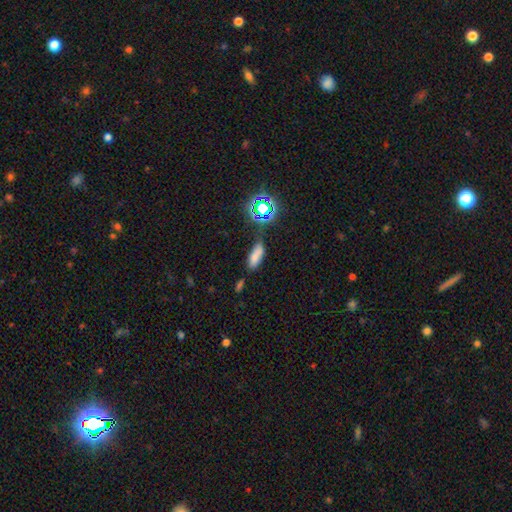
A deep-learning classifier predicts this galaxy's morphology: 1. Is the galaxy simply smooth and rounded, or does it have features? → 70% smooth, 19% star or artifact, 10% featured or disk.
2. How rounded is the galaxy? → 71% in between, 25% cigar-shaped, 4% round.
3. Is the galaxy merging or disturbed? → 63% none, 20% minor disturbance, 11% merger, 7% major disturbance.